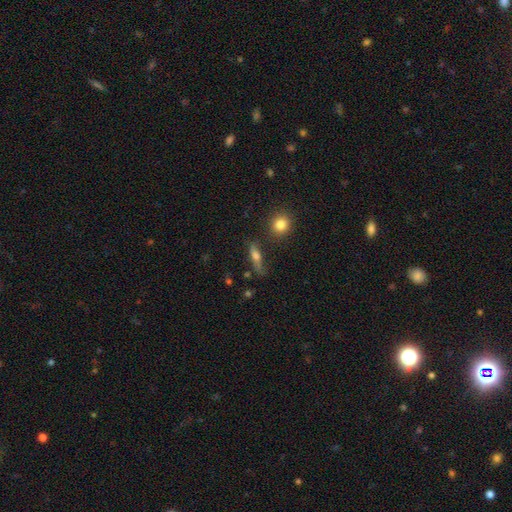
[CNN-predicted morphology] Smooth or featured: smooth — 55% (featured or disk — 34%)
How rounded: cigar-shaped — 59% (in between — 34%)
Merging: none — 66% (minor disturbance — 20%)